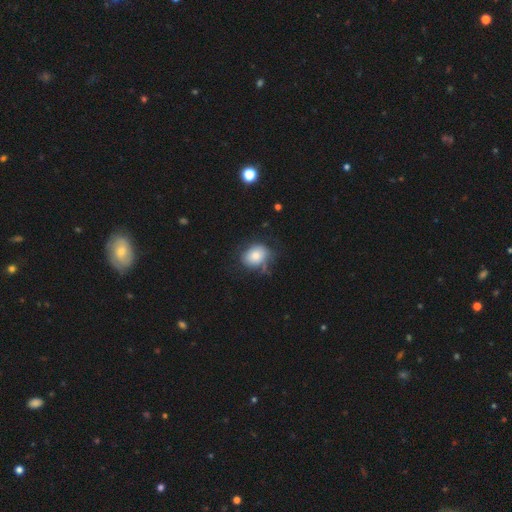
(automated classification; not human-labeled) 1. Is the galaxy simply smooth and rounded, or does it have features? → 78% smooth, 14% featured or disk, 9% star or artifact.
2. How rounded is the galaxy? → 54% in between, 45% round, 1% cigar-shaped.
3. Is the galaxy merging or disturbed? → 62% none, 25% minor disturbance, 10% major disturbance, 3% merger.